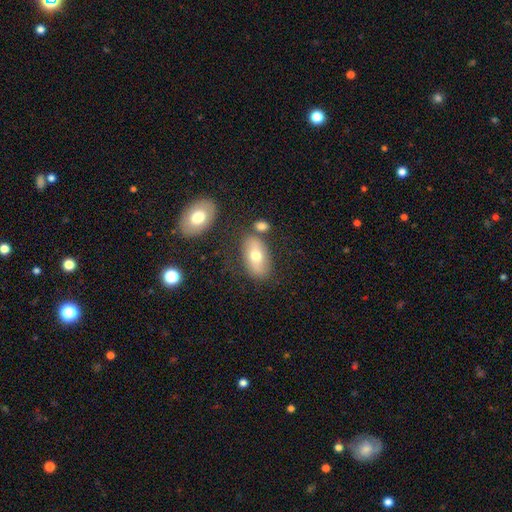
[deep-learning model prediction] This is likely a smooth galaxy (64%). How rounded: clearly in between (91%). Merging: likely none (69%).